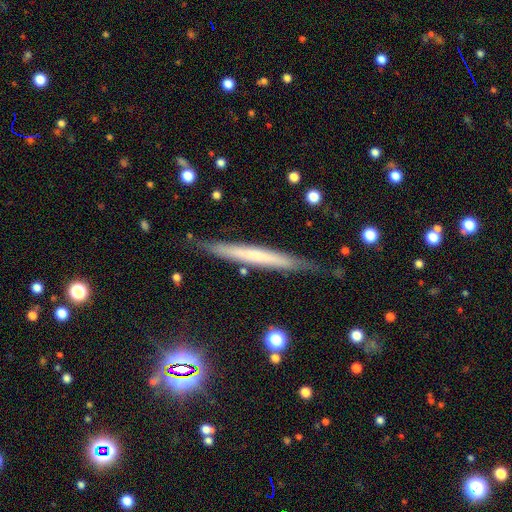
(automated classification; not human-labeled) This appears to be a smooth galaxy with no disk features (46%, tied with featured or disk). Merging: none (83%).